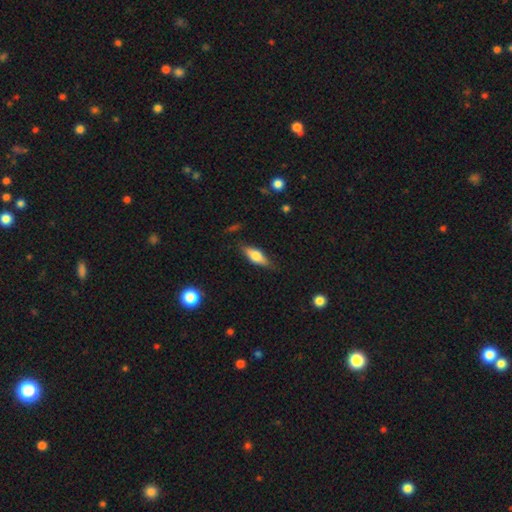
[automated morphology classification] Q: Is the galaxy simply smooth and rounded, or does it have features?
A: smooth — 58%.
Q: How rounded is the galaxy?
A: in between — 60%.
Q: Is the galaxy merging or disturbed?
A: none — 81%.